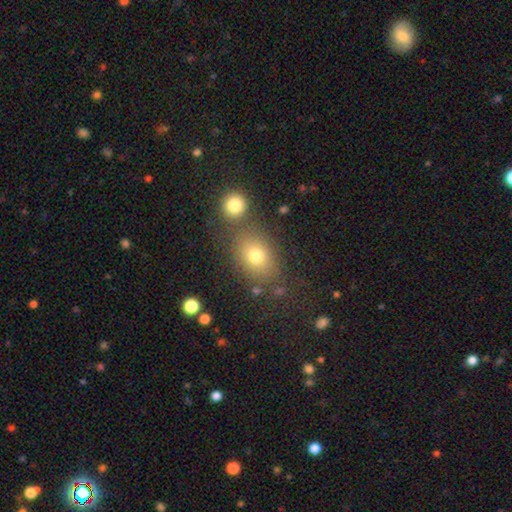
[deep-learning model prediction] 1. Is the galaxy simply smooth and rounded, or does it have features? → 74% smooth, 15% star or artifact, 12% featured or disk.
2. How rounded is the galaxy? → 63% in between, 36% round, 1% cigar-shaped.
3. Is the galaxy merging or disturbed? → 69% none, 14% merger, 12% minor disturbance, 5% major disturbance.